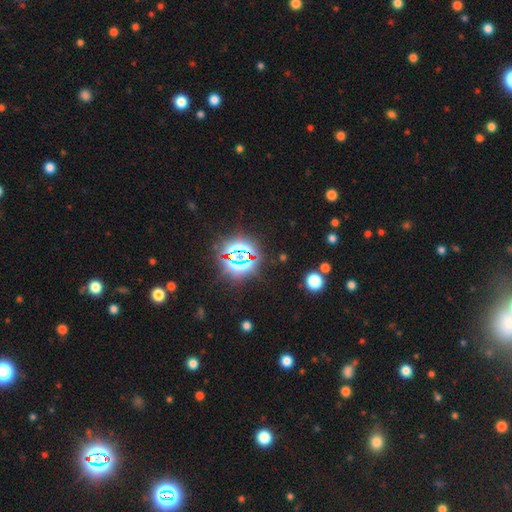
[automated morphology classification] Smooth or featured: star or artifact — 80% (smooth — 14%)